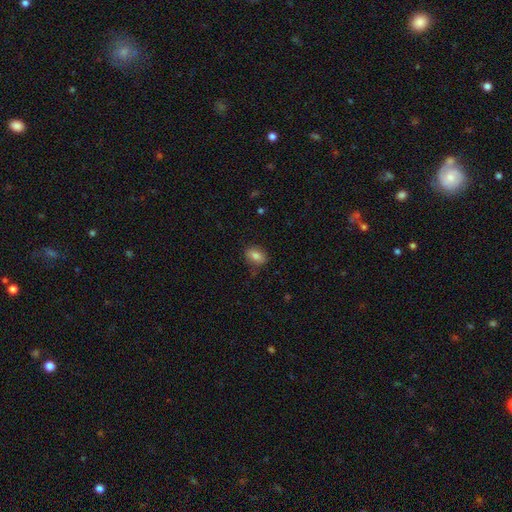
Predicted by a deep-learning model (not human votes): Smooth or featured? smooth (82%)
How rounded? in between (78%)
Merging? none (81%)